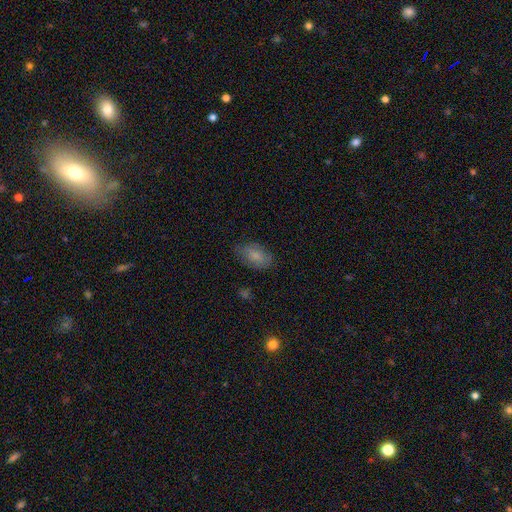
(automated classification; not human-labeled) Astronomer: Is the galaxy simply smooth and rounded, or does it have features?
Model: smooth — 79%.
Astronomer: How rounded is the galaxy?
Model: in between — 92%.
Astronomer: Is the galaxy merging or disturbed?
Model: none — 74%.